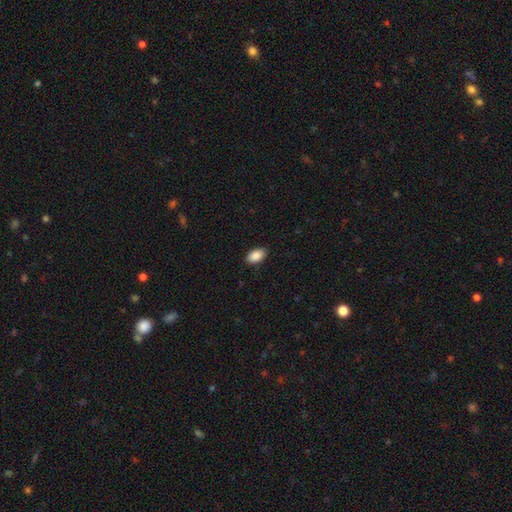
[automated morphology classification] A smooth galaxy with no disk features (89%) that is in between round and cigar-shaped (93%).

Vote fractions:
- Smooth or featured? smooth: 89% / star or artifact: 7% / featured or disk: 4%
- How rounded? in between: 93% / round: 5% / cigar-shaped: 2%
- Merging? none: 89% / minor disturbance: 8% / major disturbance: 2% / merger: 1%